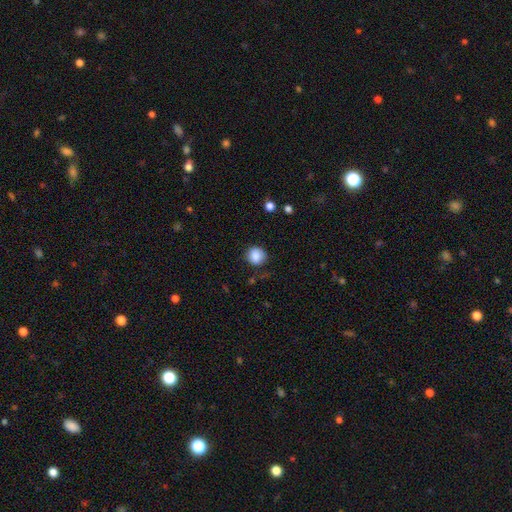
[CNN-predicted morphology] Smooth or featured? smooth (86%)
How rounded? round (85%)
Merging? none (79%)